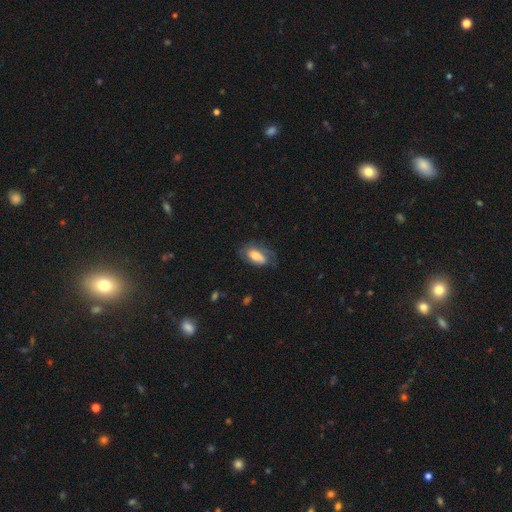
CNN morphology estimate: A smooth galaxy with no disk features (61%) that is in between round and cigar-shaped (88%). Merging: none (52%).